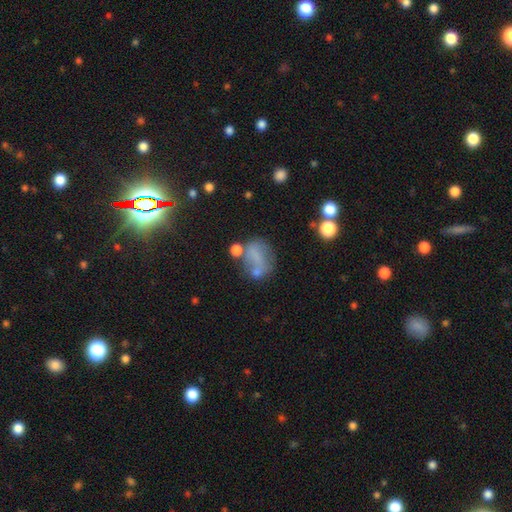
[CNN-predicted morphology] Smooth or featured? Predicted: smooth (p=0.56). How rounded? Predicted: in between (p=0.54). Merging? Predicted: none (p=0.40).